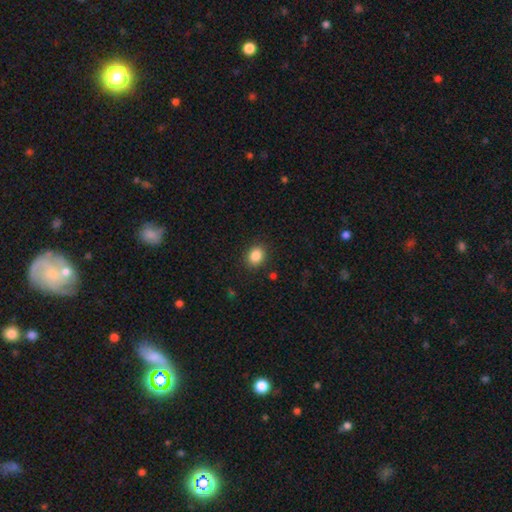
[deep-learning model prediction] A smooth galaxy with no disk features (86%) that is round (53%).

Vote fractions:
- Smooth or featured? smooth: 86% / star or artifact: 10% / featured or disk: 4%
- How rounded? round: 53% / in between: 46% / cigar-shaped: 1%
- Merging? none: 88% / minor disturbance: 8% / major disturbance: 3% / merger: 1%